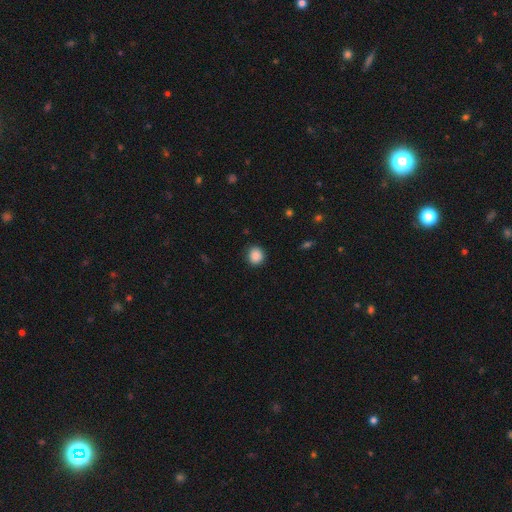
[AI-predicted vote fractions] A smooth galaxy with no disk features (88%) that is round (80%). Merging: none (88%).